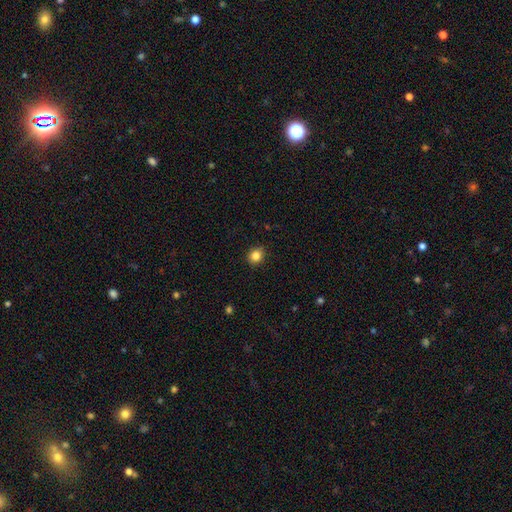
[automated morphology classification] Smooth or featured? smooth (85%)
How rounded? round (72%)
Merging? none (89%)